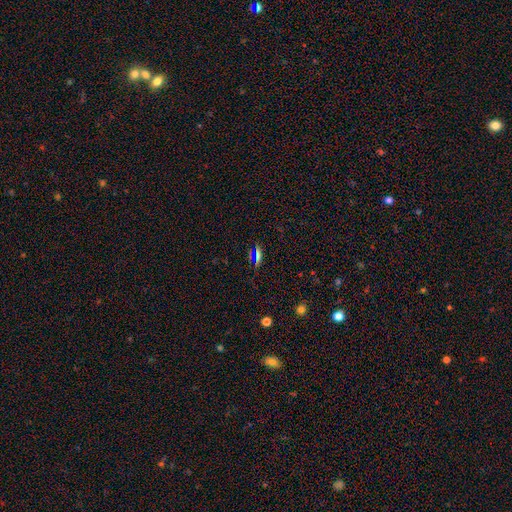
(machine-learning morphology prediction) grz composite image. It shows a star or artifact, not a galaxy (43%).